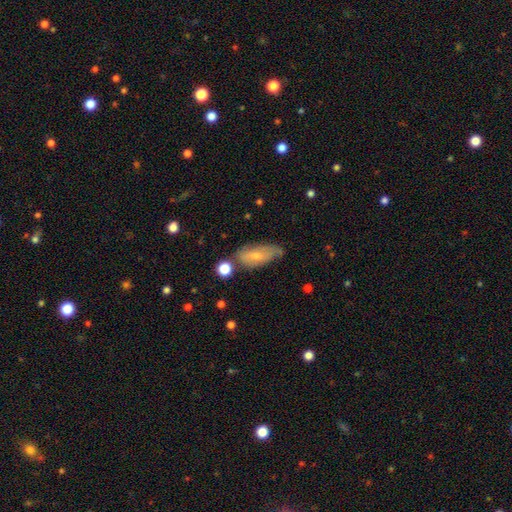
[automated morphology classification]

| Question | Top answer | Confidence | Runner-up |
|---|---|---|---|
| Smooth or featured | smooth | 62% | featured or disk (30%) |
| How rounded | in between | 75% | cigar-shaped (22%) |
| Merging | none | 54% | minor disturbance (31%) |